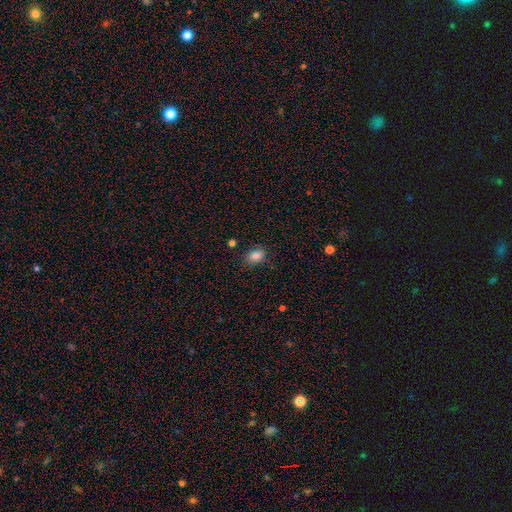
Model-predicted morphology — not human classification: Smooth or featured? Predicted: smooth (p=0.85). How rounded? Predicted: in between (p=0.72). Merging? Predicted: none (p=0.82).